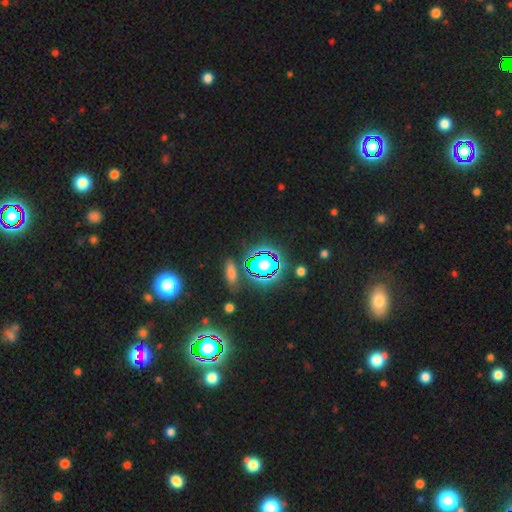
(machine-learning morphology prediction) Q: Smooth or featured?
A: star or artifact (77%); runner-up: smooth (15%)